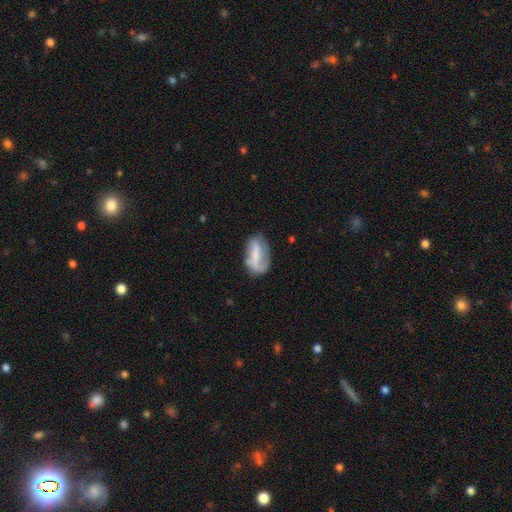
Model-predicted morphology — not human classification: smooth-or-featured: featured or disk: 50% | smooth: 43% | star or artifact: 8%
  merging: none: 48% | minor disturbance: 28% | major disturbance: 20% | merger: 4%